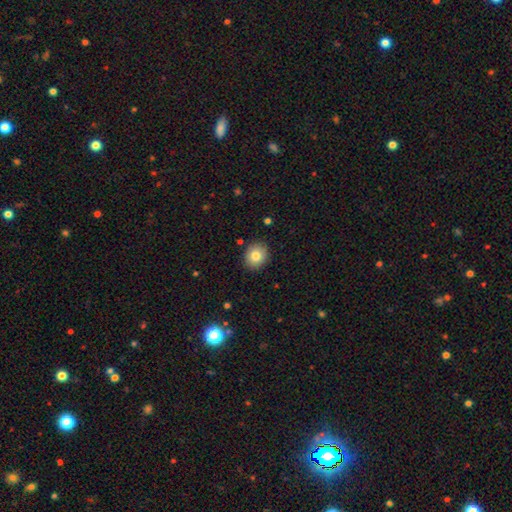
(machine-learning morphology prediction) smooth_or_featured: smooth (p=0.81) [alt: featured or disk p=0.09]
how_rounded: round (p=0.73) [alt: in between p=0.26]
merging: none (p=0.89) [alt: minor disturbance p=0.08]